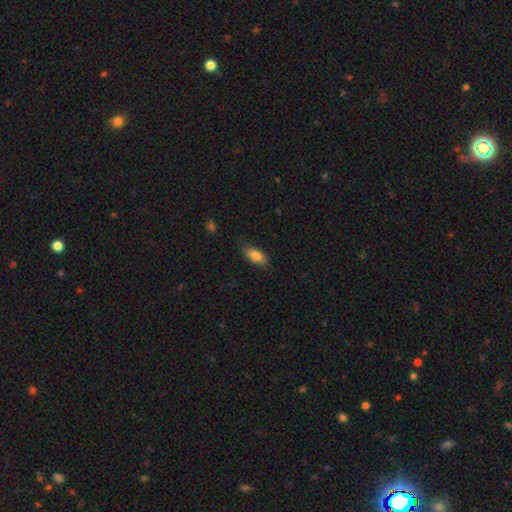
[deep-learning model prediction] A smooth galaxy with no disk features (81%) that is in between round and cigar-shaped (85%).

Vote fractions:
- Smooth or featured? smooth: 81% / featured or disk: 11% / star or artifact: 7%
- How rounded? in between: 85% / cigar-shaped: 12% / round: 3%
- Merging? none: 76% / minor disturbance: 19% / major disturbance: 4% / merger: 1%